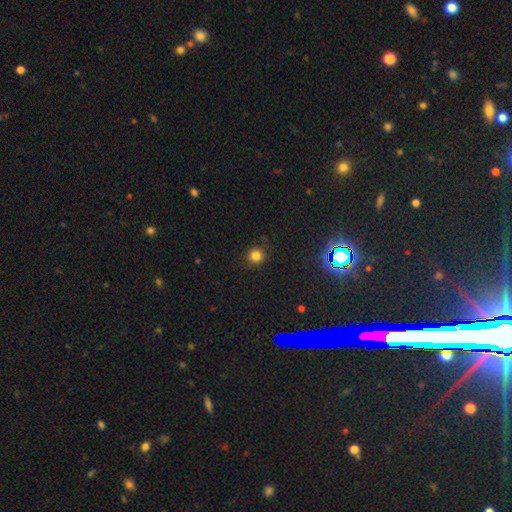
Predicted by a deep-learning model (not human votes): Smooth or featured?
  - smooth: 81% *
  - star or artifact: 15%
  - featured or disk: 4%
How rounded?
  - round: 93% *
  - in between: 6%
  - cigar-shaped: 1%
Merging?
  - none: 89% *
  - minor disturbance: 8%
  - major disturbance: 3%
  - merger: 1%